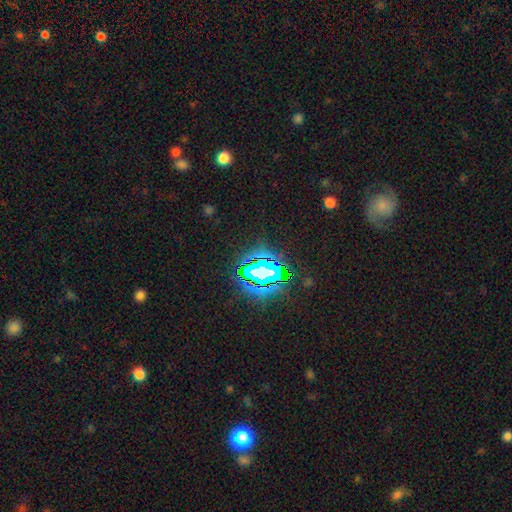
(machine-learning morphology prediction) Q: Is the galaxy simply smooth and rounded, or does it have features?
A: star or artifact — 80%.